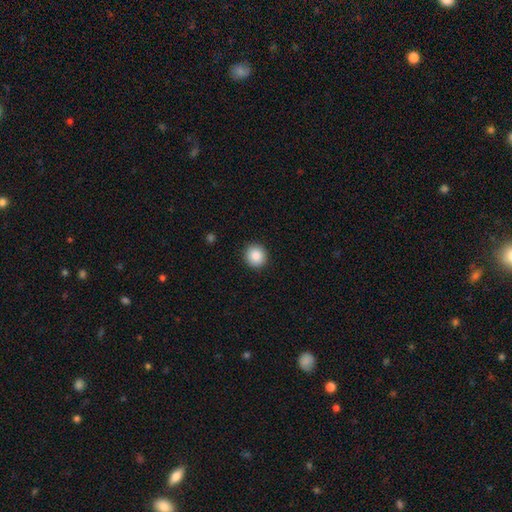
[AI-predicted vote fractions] This appears to be a smooth galaxy with no disk features (87%) that is round (93%). Merging: none (92%).